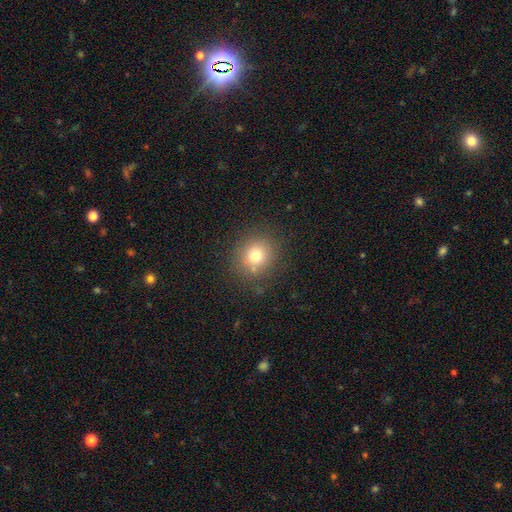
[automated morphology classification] Overall: smooth (74%). How rounded: round (85%). Merging: none (81%).